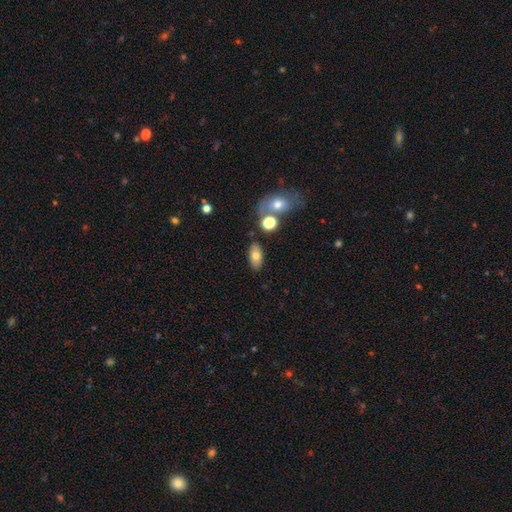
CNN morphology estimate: smooth_or_featured: smooth (p=0.72) [alt: featured or disk p=0.19]
how_rounded: in between (p=0.89) [alt: round p=0.06]
merging: none (p=0.78) [alt: minor disturbance p=0.11]